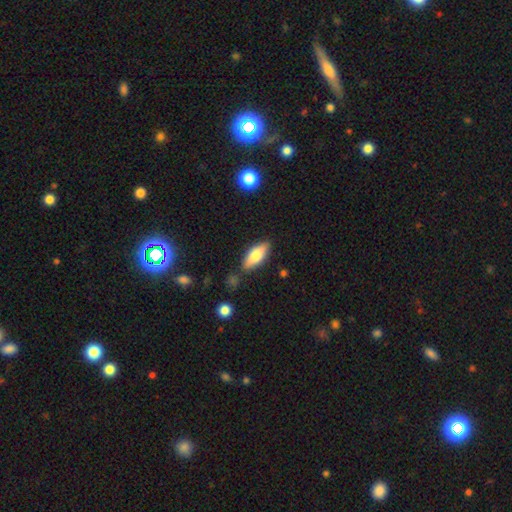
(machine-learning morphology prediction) Smooth or featured?
  - smooth: 69% *
  - featured or disk: 24%
  - star or artifact: 6%
How rounded?
  - in between: 71% *
  - cigar-shaped: 27%
  - round: 2%
Merging?
  - none: 81% *
  - minor disturbance: 13%
  - merger: 3%
  - major disturbance: 3%